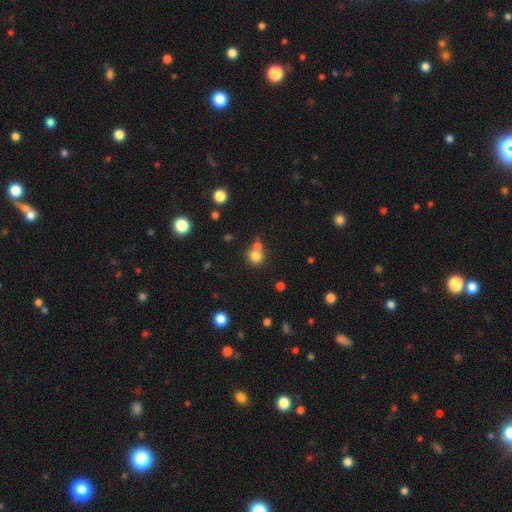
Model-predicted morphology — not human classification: Smooth or featured: smooth — 77% (star or artifact — 14%)
How rounded: round — 89% (in between — 10%)
Merging: none — 55% (merger — 35%)